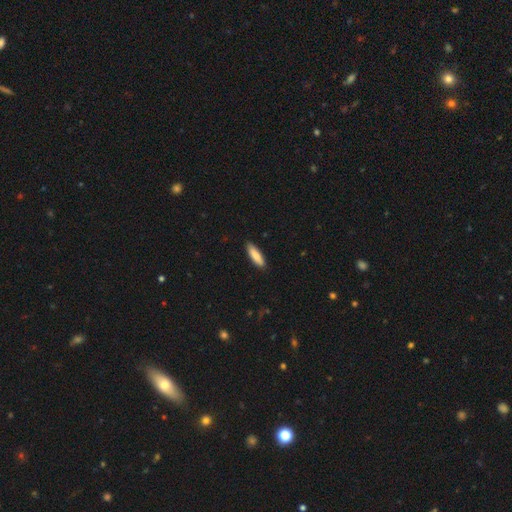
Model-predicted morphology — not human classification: Smooth or featured? smooth (86%)
How rounded? cigar-shaped (59%)
Merging? none (88%)